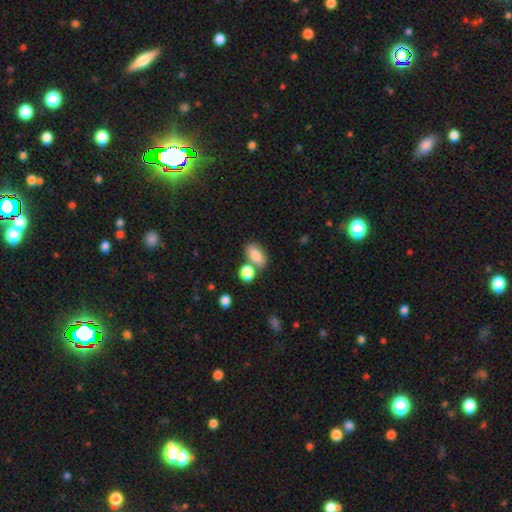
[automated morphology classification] Smooth or featured? Predicted: smooth (p=0.83). How rounded? Predicted: in between (p=0.87). Merging? Predicted: none (p=0.61).